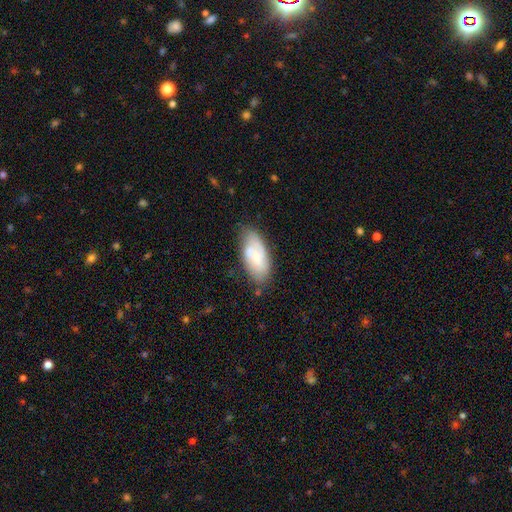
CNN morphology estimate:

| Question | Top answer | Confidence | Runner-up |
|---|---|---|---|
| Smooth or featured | smooth | 54% | featured or disk (39%) |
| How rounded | in between | 89% | cigar-shaped (8%) |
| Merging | none | 67% | minor disturbance (22%) |